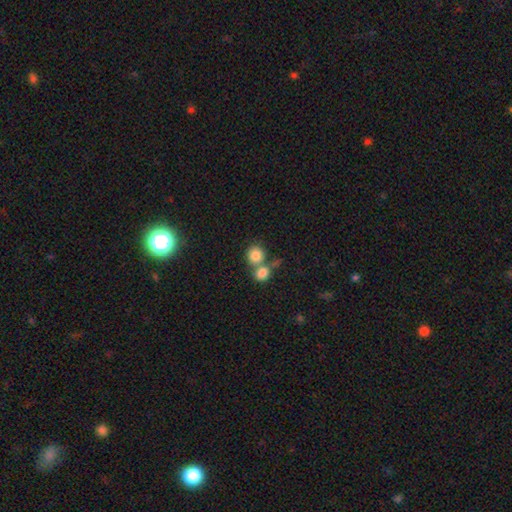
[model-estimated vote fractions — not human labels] A smooth galaxy with no disk features (83%) that is round (80%). Merging: merger (50%).